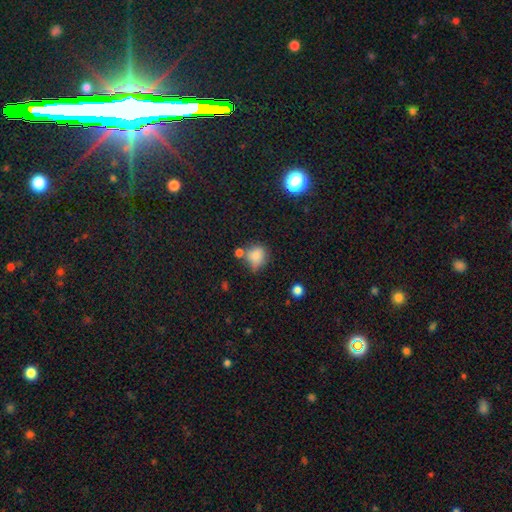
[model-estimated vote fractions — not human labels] A smooth galaxy with no disk features (79%) that is round (69%).

Vote fractions:
- Smooth or featured? smooth: 79% / star or artifact: 12% / featured or disk: 9%
- How rounded? round: 69% / in between: 30% / cigar-shaped: 1%
- Merging? none: 47% / minor disturbance: 26% / merger: 18% / major disturbance: 9%